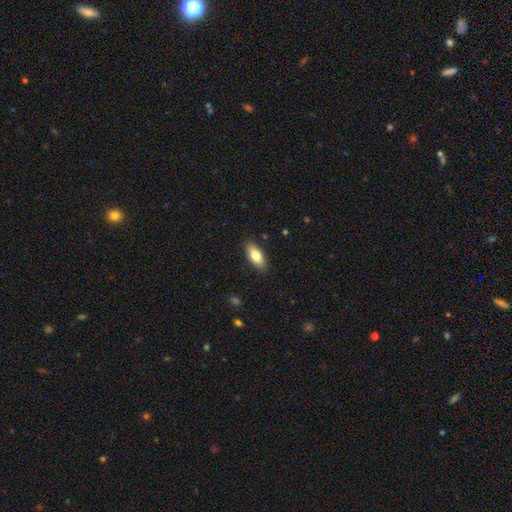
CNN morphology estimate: smooth_or_featured: smooth (p=0.79) [alt: featured or disk p=0.14]
how_rounded: in between (p=0.85) [alt: cigar-shaped p=0.12]
merging: none (p=0.87) [alt: minor disturbance p=0.10]